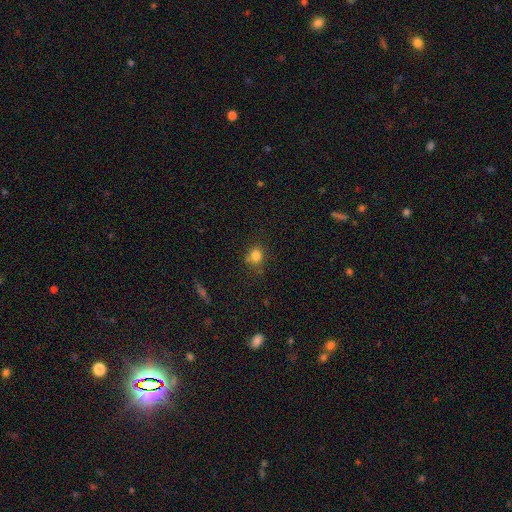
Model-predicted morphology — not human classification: Q: Smooth or featured?
A: smooth (80%); runner-up: star or artifact (13%)
Q: How rounded?
A: round (76%); runner-up: in between (23%)
Q: Merging?
A: none (68%); runner-up: minor disturbance (19%)